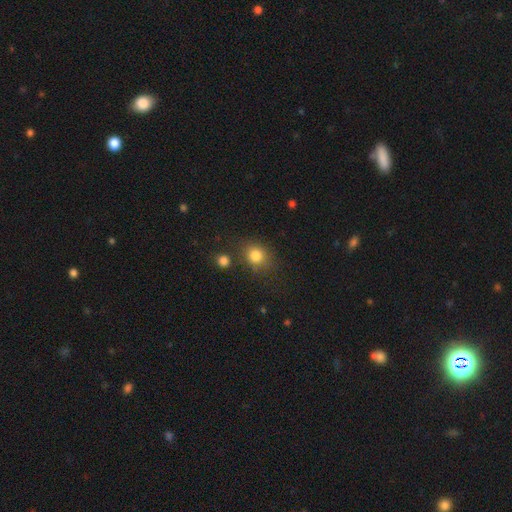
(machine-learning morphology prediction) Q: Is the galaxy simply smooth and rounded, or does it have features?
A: smooth — 82%.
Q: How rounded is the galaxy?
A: round — 74%.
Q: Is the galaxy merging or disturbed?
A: none — 75%.